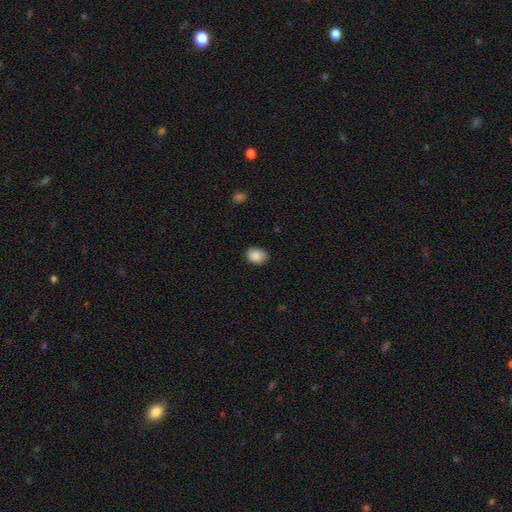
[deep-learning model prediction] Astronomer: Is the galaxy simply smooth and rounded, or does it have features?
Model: smooth — 88%.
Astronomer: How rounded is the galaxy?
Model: in between — 62%.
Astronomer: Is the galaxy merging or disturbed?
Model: none — 81%.